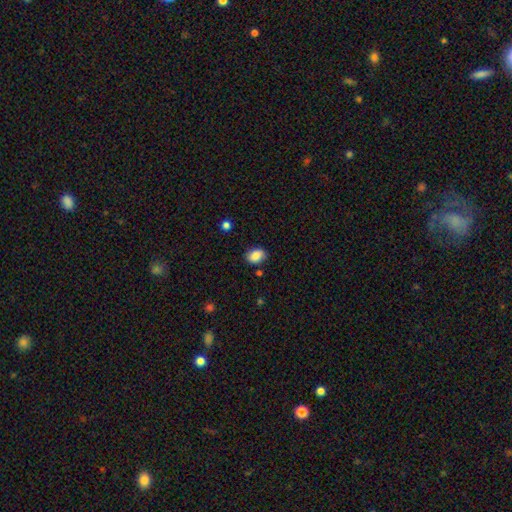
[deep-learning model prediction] Q: Smooth or featured?
A: smooth (84%); runner-up: star or artifact (8%)
Q: How rounded?
A: in between (73%); runner-up: round (25%)
Q: Merging?
A: none (81%); runner-up: minor disturbance (14%)